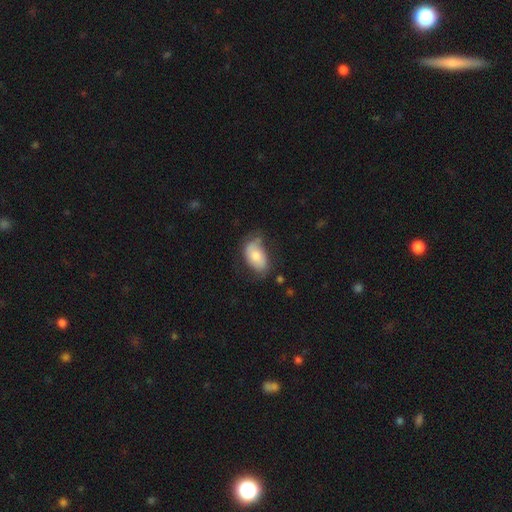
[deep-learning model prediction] Smooth or featured: smooth — 69% (featured or disk — 25%)
How rounded: in between — 93% (round — 6%)
Merging: none — 53% (minor disturbance — 32%)